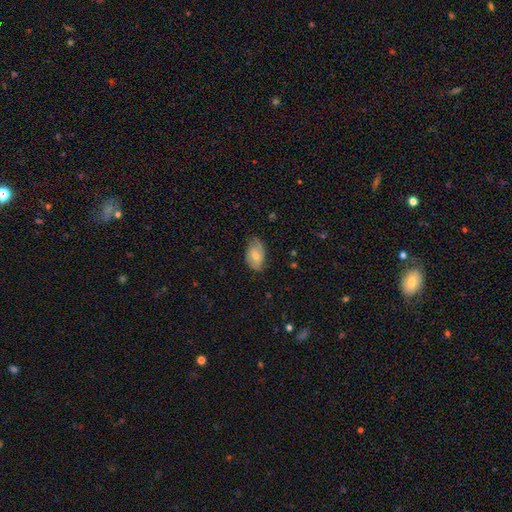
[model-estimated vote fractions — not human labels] Smooth or featured? Predicted: smooth (p=0.51). How rounded? Predicted: in between (p=0.89). Merging? Predicted: none (p=0.68).